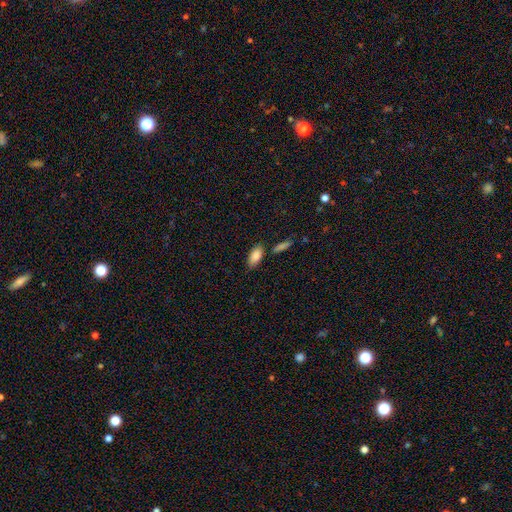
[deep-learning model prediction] A smooth galaxy with no disk features (87%) that is in between round and cigar-shaped (89%).

Vote fractions:
- Smooth or featured? smooth: 87% / featured or disk: 7% / star or artifact: 7%
- How rounded? in between: 89% / cigar-shaped: 8% / round: 3%
- Merging? none: 75% / minor disturbance: 13% / merger: 9% / major disturbance: 3%